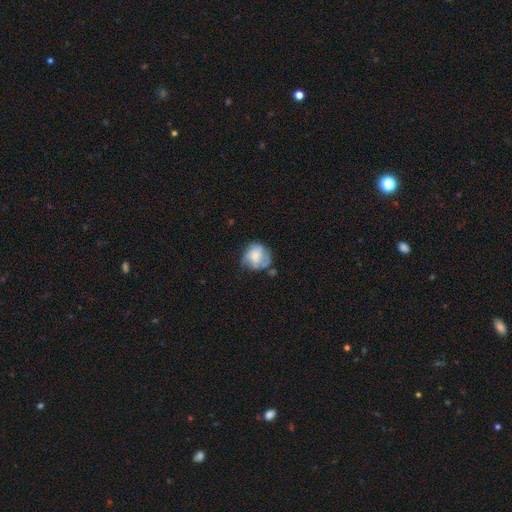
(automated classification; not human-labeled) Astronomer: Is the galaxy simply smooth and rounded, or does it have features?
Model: featured or disk — 48% (runner-up: smooth, 44%).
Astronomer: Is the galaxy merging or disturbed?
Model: none — 50% (runner-up: minor disturbance, 29%).